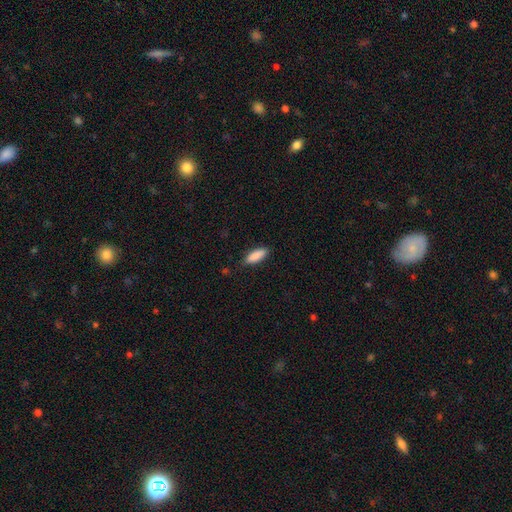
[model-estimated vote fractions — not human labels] Smooth or featured? Predicted: smooth (p=0.89). How rounded? Predicted: in between (p=0.67). Merging? Predicted: none (p=0.82).